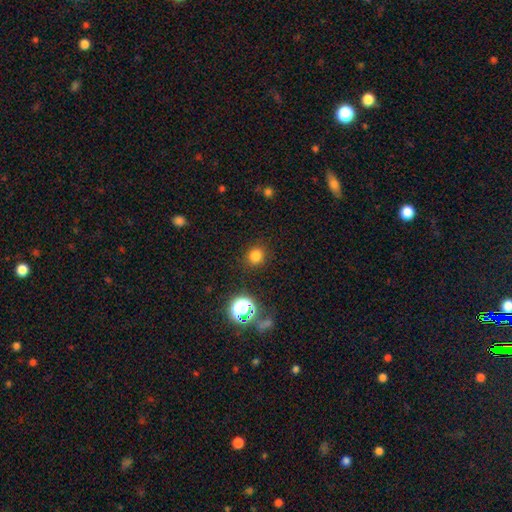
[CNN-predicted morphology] This appears to be a smooth galaxy with no disk features (78%) that is round (87%). Merging: none (88%).